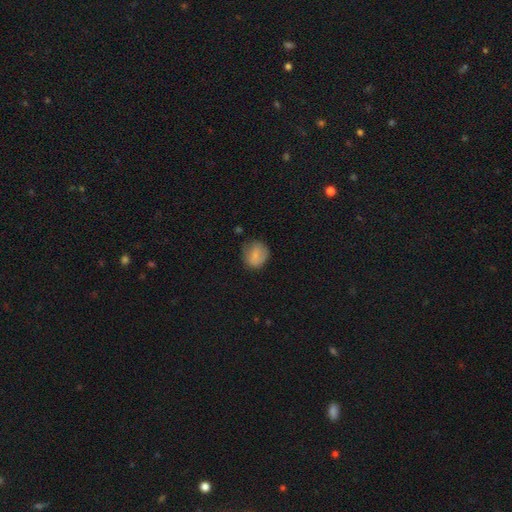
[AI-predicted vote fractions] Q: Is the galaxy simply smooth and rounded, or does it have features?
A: smooth — 80%.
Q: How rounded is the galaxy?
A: round — 72%.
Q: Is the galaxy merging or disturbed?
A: none — 68%.